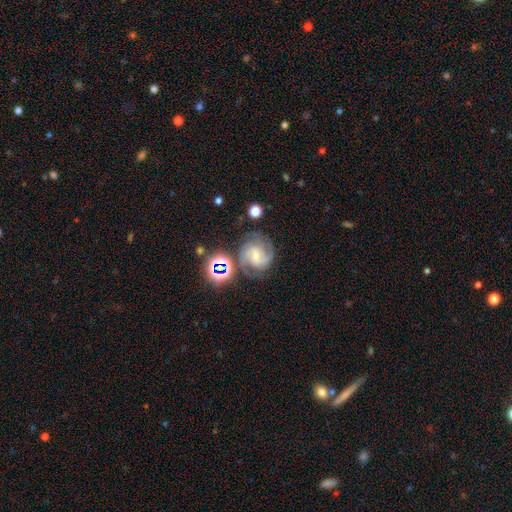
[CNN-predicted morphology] type=featured or disk (74%); edge-on=no (98%); bar=weak (44%); spiral arms=yes (97%); winding=tight (53%); arm count=2 (46%); bulge=small (55%); merging=none (70%).